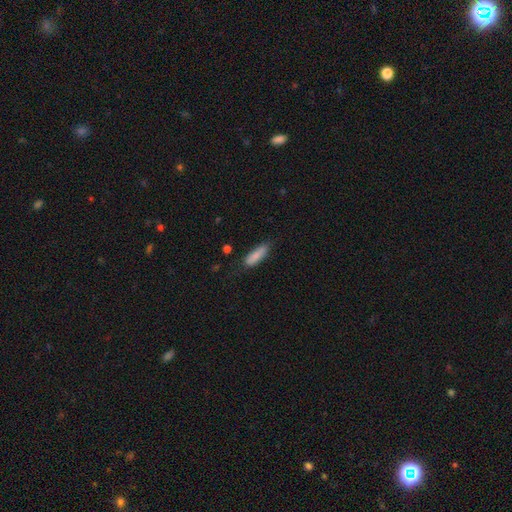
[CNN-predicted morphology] smooth_or_featured: smooth (p=0.86) [alt: featured or disk p=0.08]
how_rounded: in between (p=0.50) [alt: cigar-shaped p=0.49]
merging: none (p=0.70) [alt: minor disturbance p=0.23]